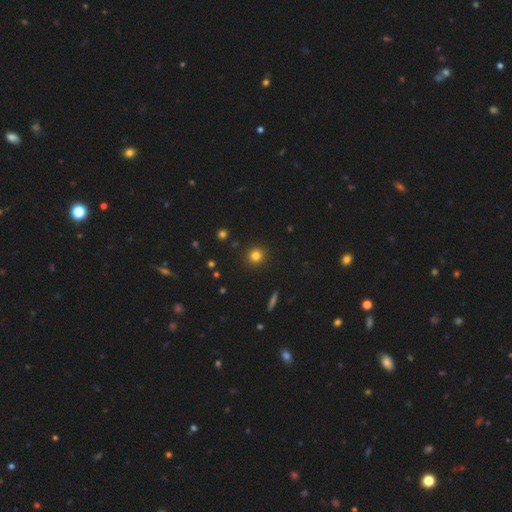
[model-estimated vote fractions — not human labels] Smooth or featured? Predicted: smooth (p=0.80). How rounded? Predicted: round (p=0.93). Merging? Predicted: none (p=0.92).